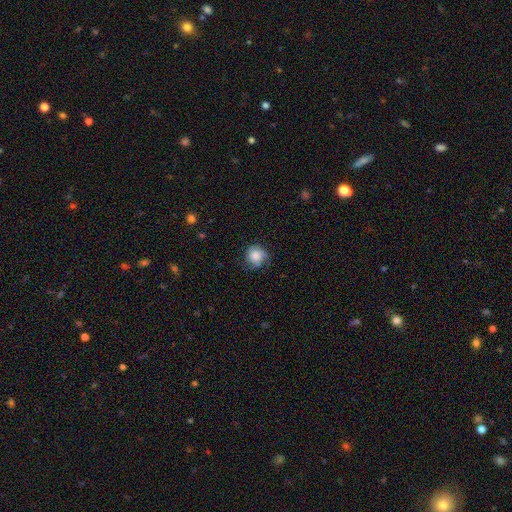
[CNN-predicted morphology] type=smooth (66%); roundness=round (82%); merging=none (58%).